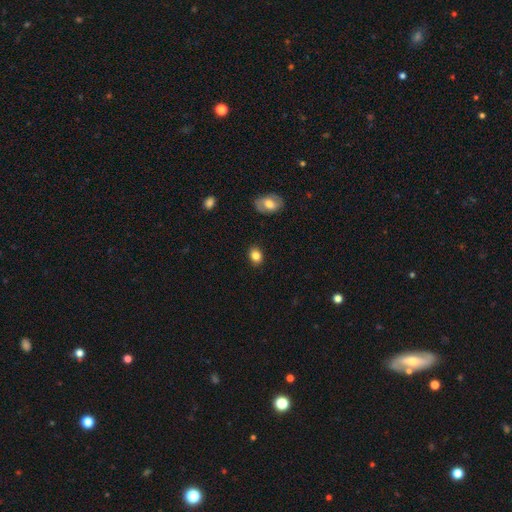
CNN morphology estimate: smooth_or_featured: smooth (p=0.84) [alt: star or artifact p=0.09]
how_rounded: in between (p=0.57) [alt: round p=0.42]
merging: none (p=0.87) [alt: minor disturbance p=0.10]